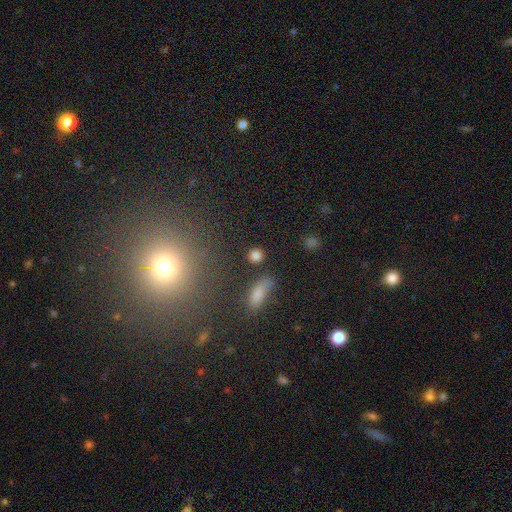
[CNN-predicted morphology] Smooth or featured? smooth (83%)
How rounded? round (84%)
Merging? none (84%)